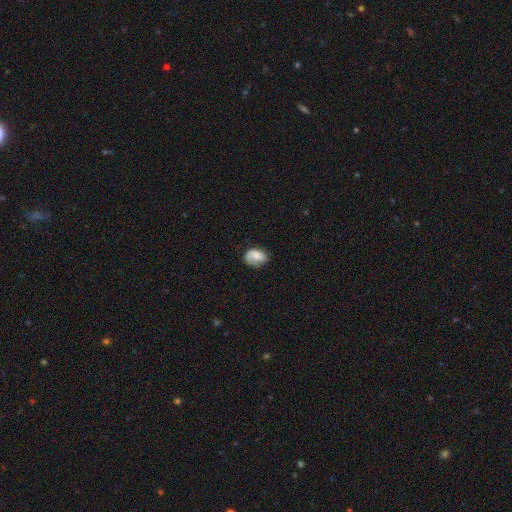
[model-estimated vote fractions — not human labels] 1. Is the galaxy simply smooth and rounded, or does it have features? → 48% featured or disk, 44% smooth, 8% star or artifact.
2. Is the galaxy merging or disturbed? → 60% none, 24% minor disturbance, 14% major disturbance, 2% merger.